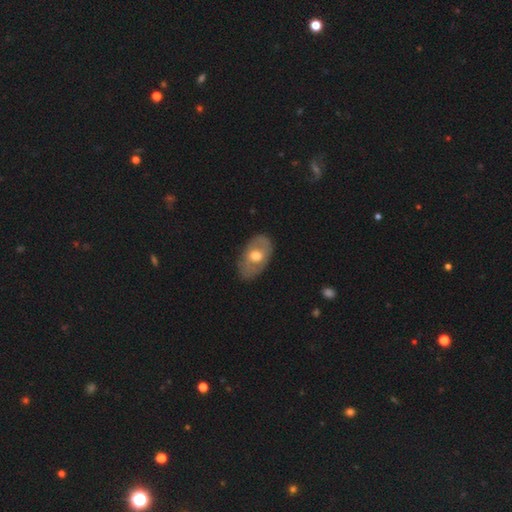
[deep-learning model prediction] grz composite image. It shows a featured or disk galaxy (51%). Merging: none (79%).